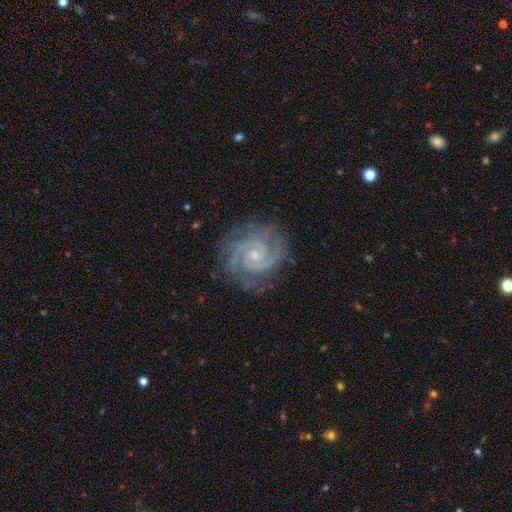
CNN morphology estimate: smooth-or-featured: featured or disk: 88% | star or artifact: 7% | smooth: 4%
  disk-edge-on: no: 98% | yes: 2%
    bar: no: 68% | weak: 24% | strong: 8%
    has-spiral-arms: yes: 98% | no: 2%
      spiral-winding: tight: 73% | medium: 24% | loose: 3%
      spiral-arm-count: 2: 33% | 3: 29% | 4: 13% | can't tell: 12% | more than 4: 7% | 1: 6%
    bulge-size: small: 75% | moderate: 19% | none: 3% | large: 1% | dominant: 1%
  merging: none: 82% | minor disturbance: 13% | major disturbance: 4% | merger: 1%